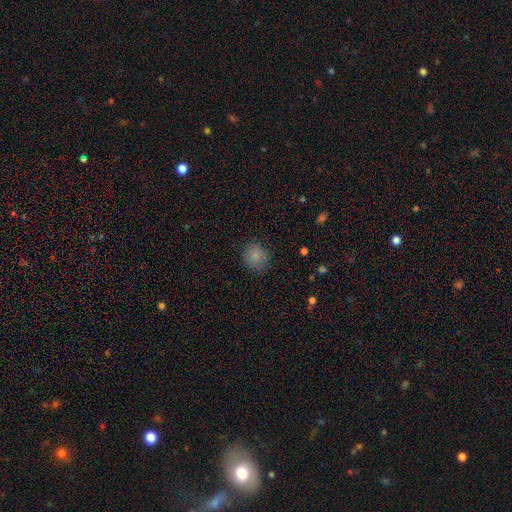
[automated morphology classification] A smooth galaxy with no disk features (85%) that is round (85%). Merging: none (85%).